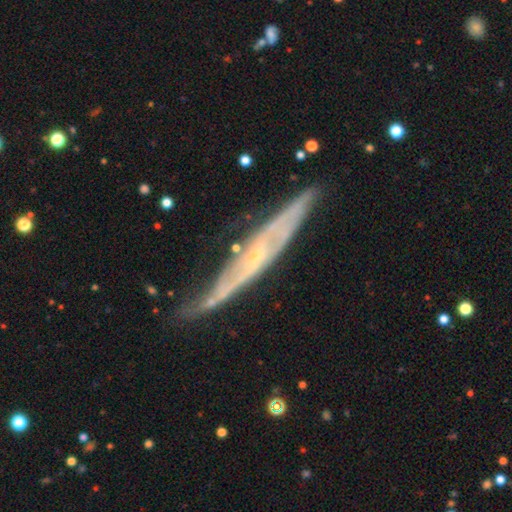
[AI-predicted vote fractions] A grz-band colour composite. It shows a featured or disk galaxy (79%) viewed edge-on (64%) with no central bulge (57%). Merging: none (65%).